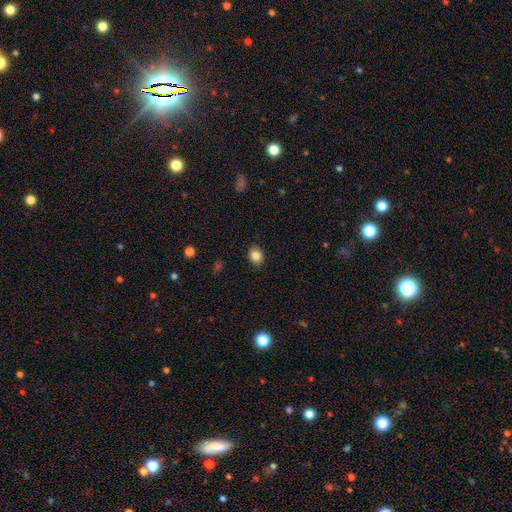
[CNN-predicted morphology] This appears to be a smooth galaxy with no disk features (85%) that is round (59%). Merging: none (88%).